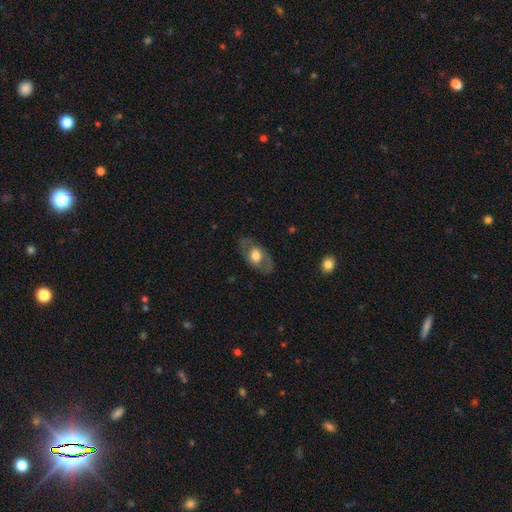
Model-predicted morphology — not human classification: This is possibly a featured or disk galaxy (50%). It is clearly not viewed edge-on (84%). Merging: likely none (79%).